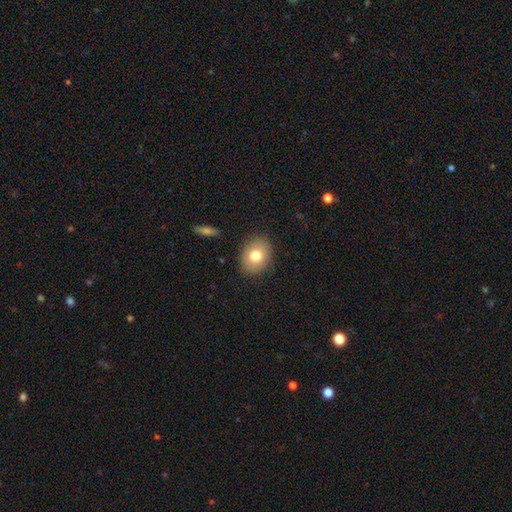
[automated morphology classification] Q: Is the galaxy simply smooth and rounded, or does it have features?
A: smooth — 77%.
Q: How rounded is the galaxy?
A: in between — 50%.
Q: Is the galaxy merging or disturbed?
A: none — 87%.